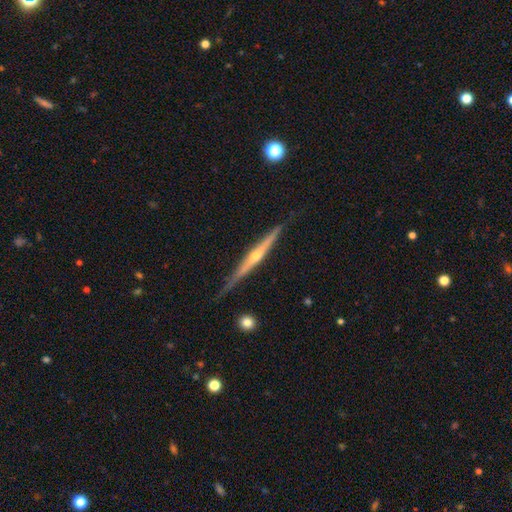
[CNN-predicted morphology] Overall: featured or disk (81%). Edge-on disk: yes (98%). Edge-on bulge: rounded (82%). Merging: none (87%).